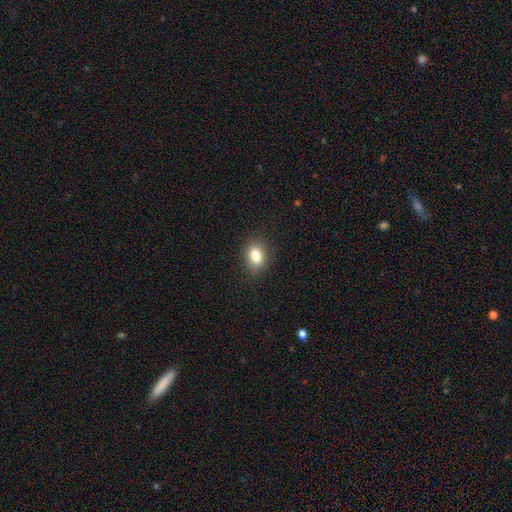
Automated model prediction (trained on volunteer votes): Overall: smooth (83%). How rounded: in between (80%). Merging: none (86%).